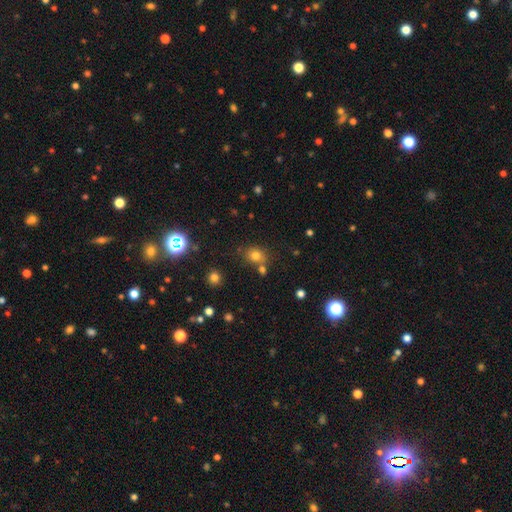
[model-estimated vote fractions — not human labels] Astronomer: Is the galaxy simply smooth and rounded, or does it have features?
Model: smooth — 74%.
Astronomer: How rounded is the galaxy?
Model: round — 65%.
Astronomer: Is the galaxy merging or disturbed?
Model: none — 65%.